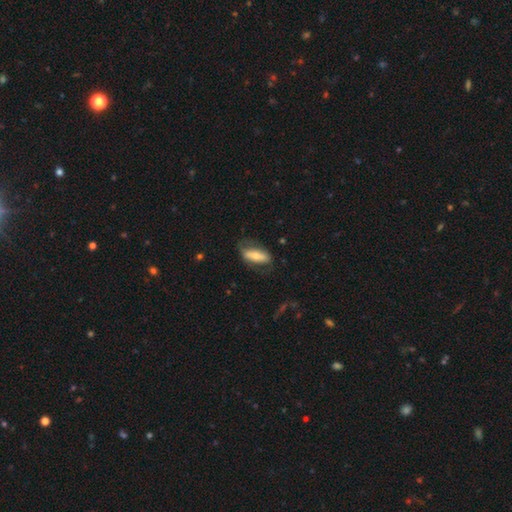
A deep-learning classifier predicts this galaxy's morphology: Smooth or featured: smooth — 52% (featured or disk — 42%)
How rounded: in between — 72% (cigar-shaped — 25%)
Merging: none — 62% (minor disturbance — 23%)